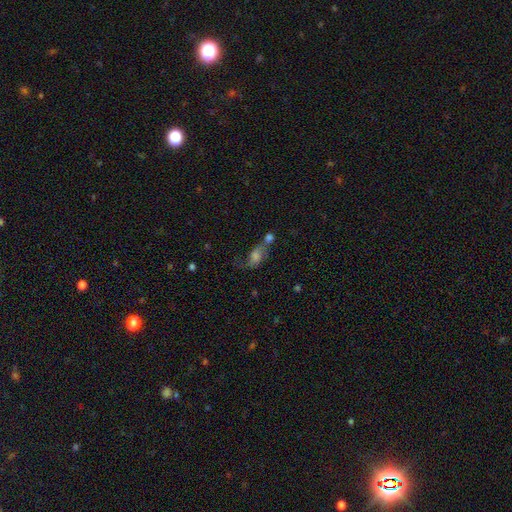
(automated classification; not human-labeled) Q: Smooth or featured?
A: featured or disk (44%); runner-up: smooth (37%)
Q: Merging?
A: merger (37%); runner-up: none (31%)